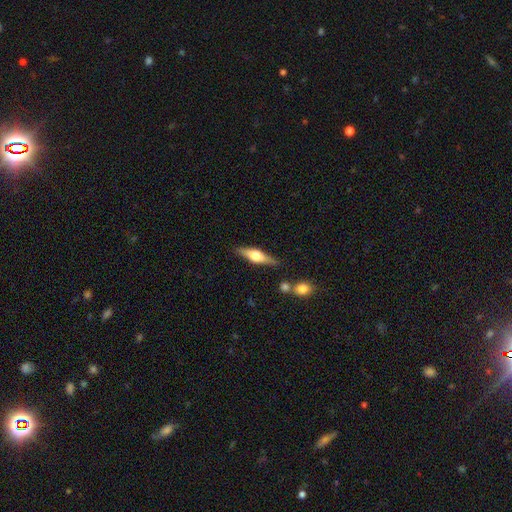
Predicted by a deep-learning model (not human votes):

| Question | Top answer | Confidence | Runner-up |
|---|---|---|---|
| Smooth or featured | featured or disk | 62% | smooth (32%) |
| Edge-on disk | yes | 95% | no (5%) |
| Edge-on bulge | rounded | 93% | boxy (6%) |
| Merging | none | 82% | minor disturbance (11%) |